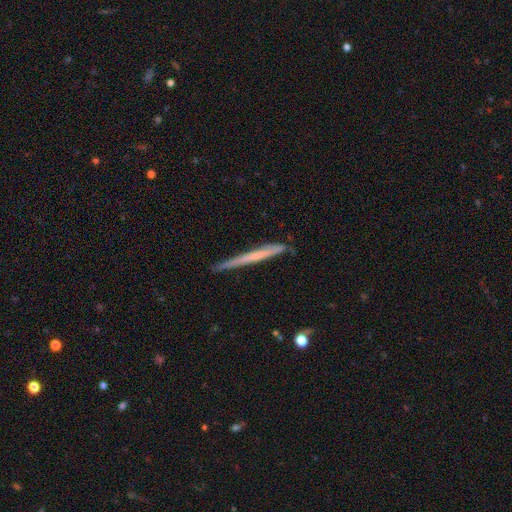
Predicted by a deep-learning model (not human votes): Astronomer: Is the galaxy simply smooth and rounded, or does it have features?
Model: featured or disk — 48% (runner-up: smooth, 46%).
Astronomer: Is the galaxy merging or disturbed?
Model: none — 82%.